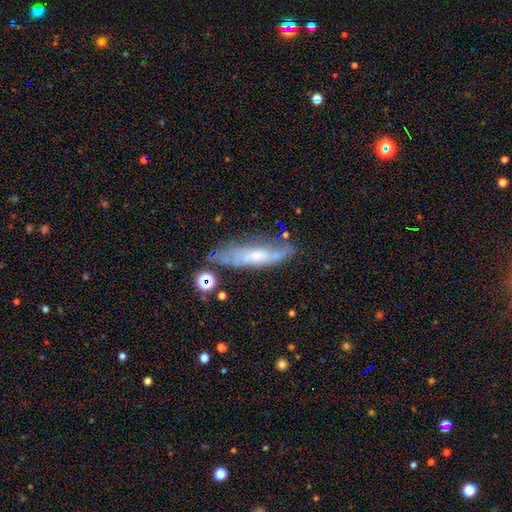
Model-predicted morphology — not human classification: The model was most divided on "edge-on disk": no: 60%, yes: 40%. More confident: merging — none (59%); smooth or featured — featured or disk (56%).